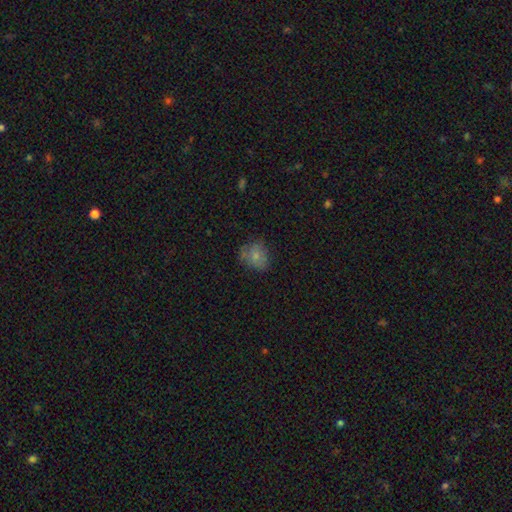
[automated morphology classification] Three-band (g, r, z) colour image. It shows a smooth galaxy with no disk features (72%) that is round (61%). Merging: none (59%).